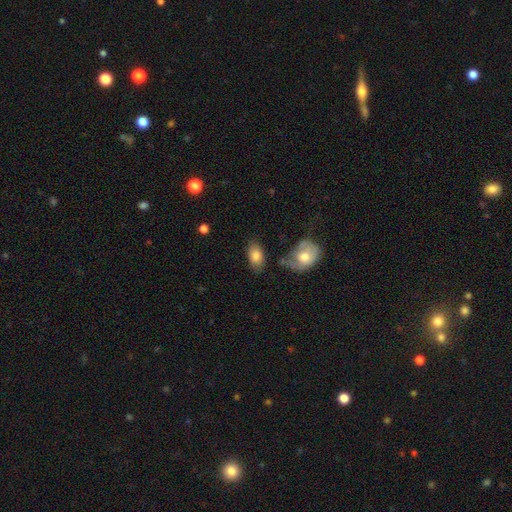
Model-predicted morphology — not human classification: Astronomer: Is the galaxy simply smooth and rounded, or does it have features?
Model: smooth — 81%.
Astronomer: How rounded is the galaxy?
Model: in between — 91%.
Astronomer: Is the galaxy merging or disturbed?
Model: none — 65%.